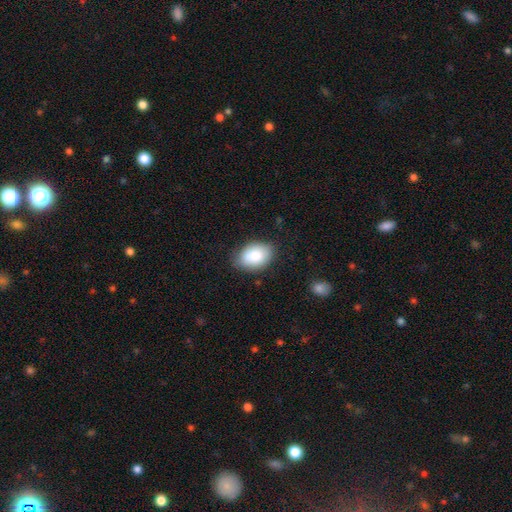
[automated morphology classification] This appears to be a smooth galaxy with no disk features (84%) that is in between round and cigar-shaped (81%). Merging: none (76%).